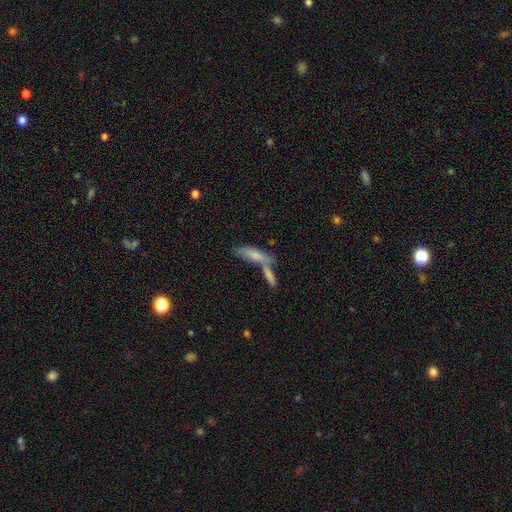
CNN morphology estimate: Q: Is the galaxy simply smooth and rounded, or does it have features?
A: smooth — 72%.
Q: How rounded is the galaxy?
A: cigar-shaped — 58%.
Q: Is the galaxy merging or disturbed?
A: merger — 49%.